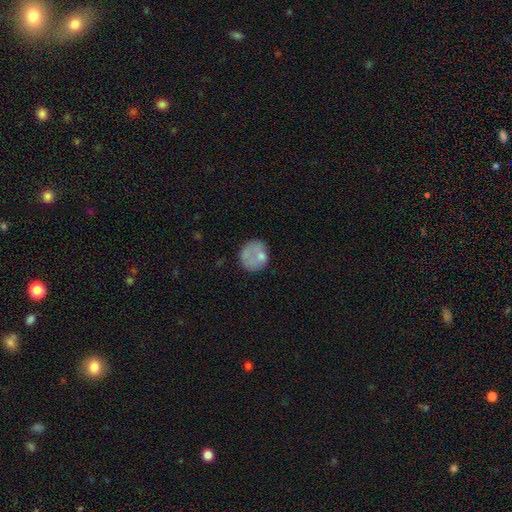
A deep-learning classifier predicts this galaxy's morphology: Smooth or featured? Predicted: smooth (p=0.68). How rounded? Predicted: round (p=0.73). Merging? Predicted: none (p=0.49).